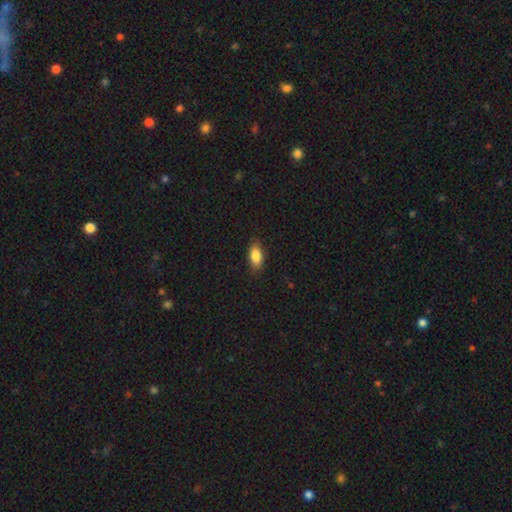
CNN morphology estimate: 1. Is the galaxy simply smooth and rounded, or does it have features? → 85% smooth, 7% featured or disk, 7% star or artifact.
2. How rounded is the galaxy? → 87% in between, 9% cigar-shaped, 4% round.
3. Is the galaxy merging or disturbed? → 84% none, 12% minor disturbance, 3% major disturbance, 1% merger.